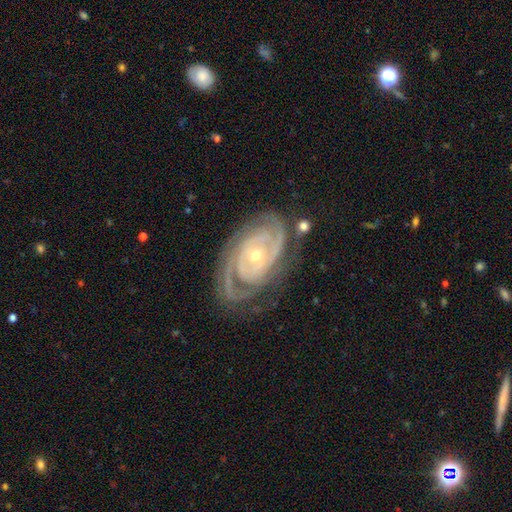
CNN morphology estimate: Smooth or featured? featured or disk (92%)
Edge-on disk? no (96%)
Bar? no (70%)
Spiral arms? yes (98%)
Spiral winding? tight (78%)
Spiral arm count? 2 (45%)
Bulge size? small (56%)
Merging? none (72%)